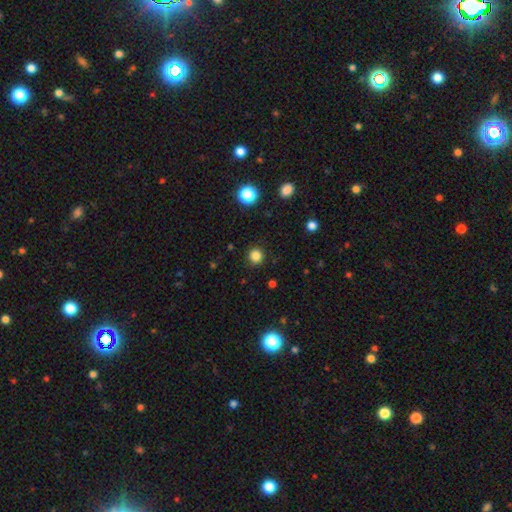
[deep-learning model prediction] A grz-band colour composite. It shows a smooth galaxy with no disk features (83%) that is round (92%). Merging: none (90%).